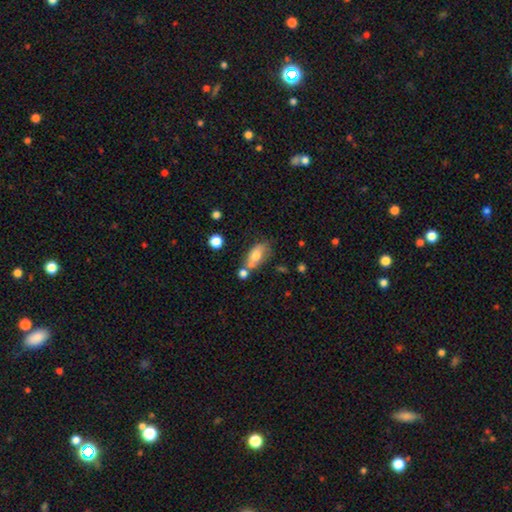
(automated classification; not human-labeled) Morphology: type=smooth (70%); roundness=in between (85%); merging=none (46%).